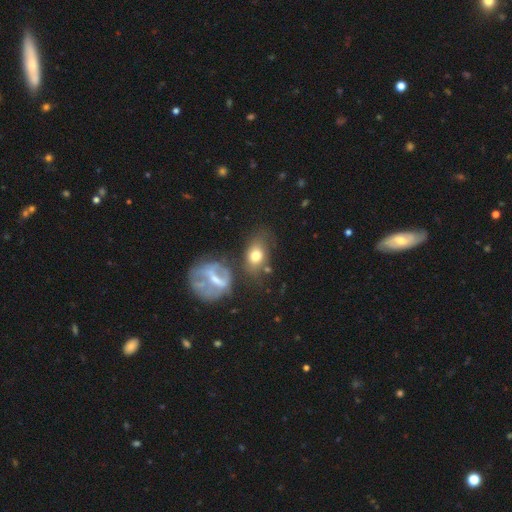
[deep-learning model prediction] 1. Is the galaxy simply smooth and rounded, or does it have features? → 65% smooth, 26% featured or disk, 10% star or artifact.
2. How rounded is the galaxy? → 72% in between, 26% round, 2% cigar-shaped.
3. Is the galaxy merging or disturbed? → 48% none, 20% minor disturbance, 18% merger, 14% major disturbance.